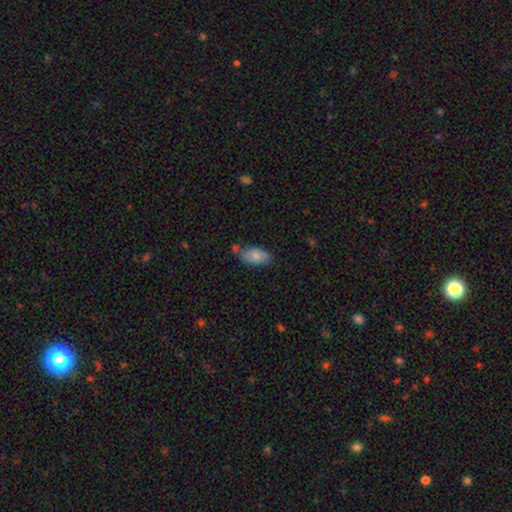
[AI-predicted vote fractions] Q: Smooth or featured?
A: smooth (79%); runner-up: featured or disk (14%)
Q: How rounded?
A: in between (92%); runner-up: cigar-shaped (5%)
Q: Merging?
A: none (57%); runner-up: minor disturbance (26%)